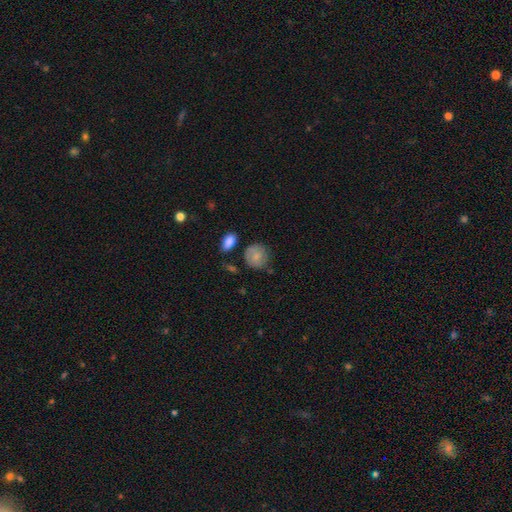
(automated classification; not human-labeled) Morphology: type=smooth (70%); roundness=round (80%); merging=none (66%).